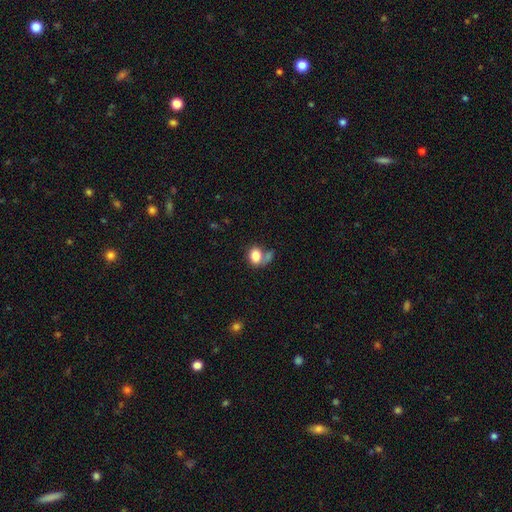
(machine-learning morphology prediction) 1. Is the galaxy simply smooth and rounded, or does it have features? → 82% smooth, 10% featured or disk, 9% star or artifact.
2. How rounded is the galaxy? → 64% in between, 35% round, 1% cigar-shaped.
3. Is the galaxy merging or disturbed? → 38% none, 33% merger, 16% minor disturbance, 12% major disturbance.